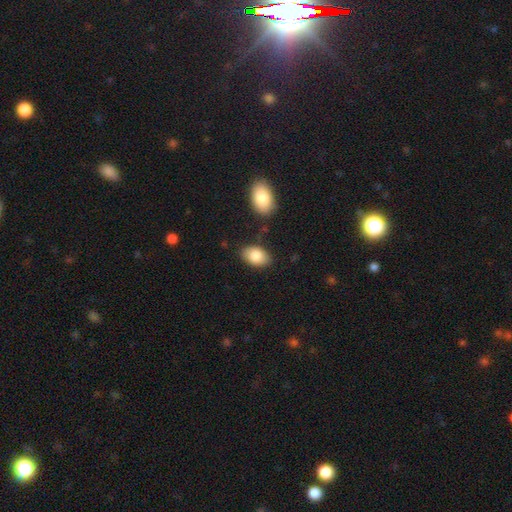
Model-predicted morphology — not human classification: Overall: smooth (85%). How rounded: in between (90%). Merging: none (81%).